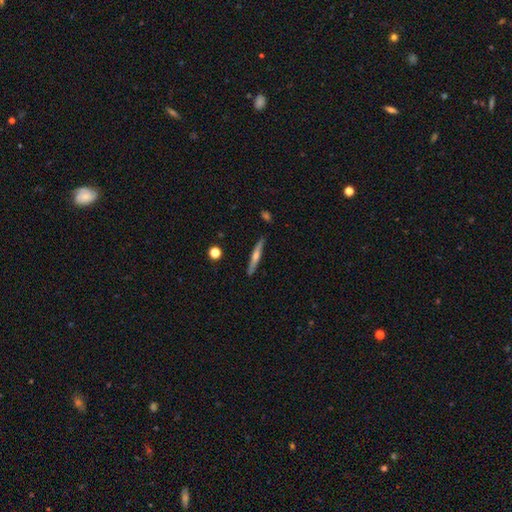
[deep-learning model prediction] Smooth or featured: featured or disk — 57% (smooth — 37%)
Edge-on disk: yes — 96% (no — 4%)
Edge-on bulge: rounded — 78% (none — 16%)
Merging: none — 89% (minor disturbance — 8%)